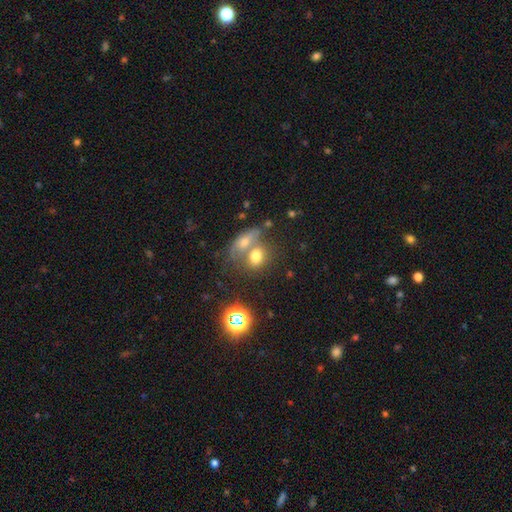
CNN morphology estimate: smooth-or-featured: smooth: 70% | featured or disk: 16% | star or artifact: 14%
  how-rounded: in between: 60% | round: 37% | cigar-shaped: 3%
  merging: merger: 54% | none: 32% | minor disturbance: 9% | major disturbance: 5%